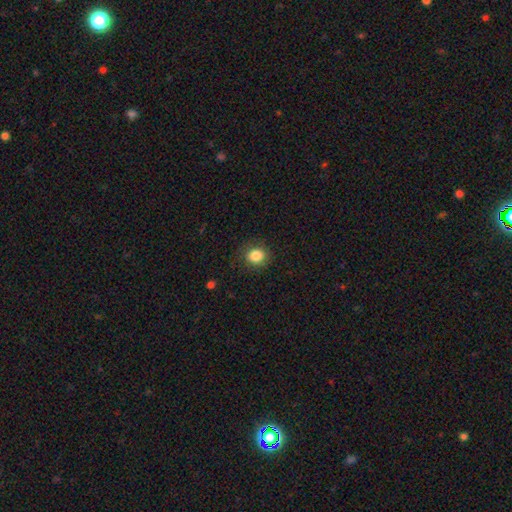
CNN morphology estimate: Smooth or featured: smooth — 85% (star or artifact — 10%)
How rounded: round — 71% (in between — 28%)
Merging: none — 85% (minor disturbance — 10%)